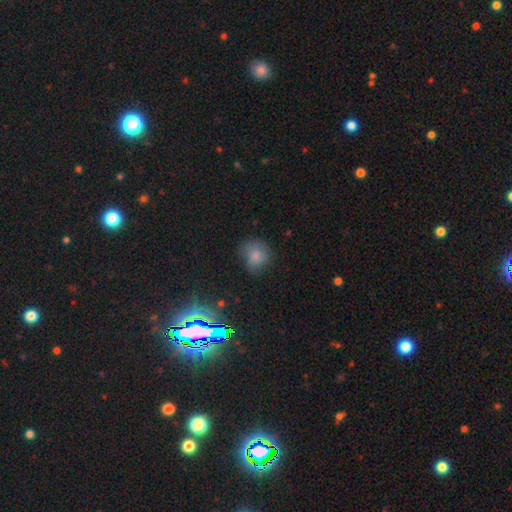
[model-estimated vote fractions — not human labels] This is likely a smooth galaxy (75%). How rounded: likely round (73%). Merging: possibly none (56%).